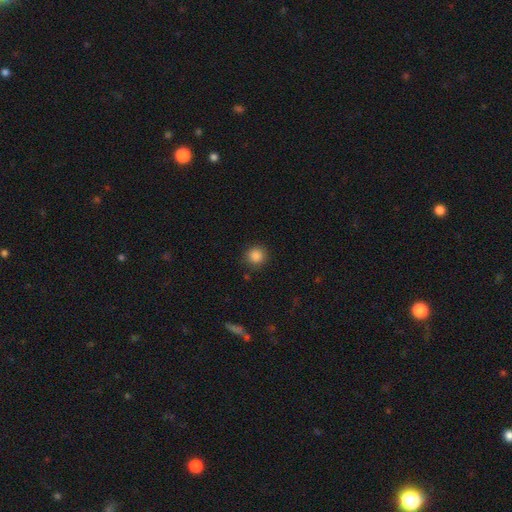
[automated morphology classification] type=smooth (86%); roundness=round (93%); merging=none (88%).